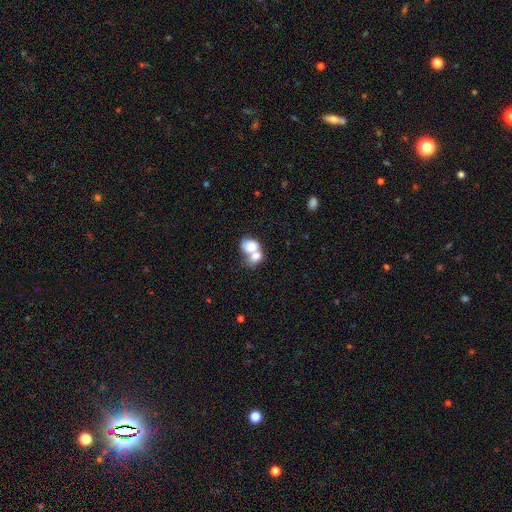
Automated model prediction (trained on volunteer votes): smooth_or_featured: smooth (p=0.76) [alt: featured or disk p=0.16]
how_rounded: in between (p=0.61) [alt: round p=0.38]
merging: merger (p=0.74) [alt: none p=0.16]